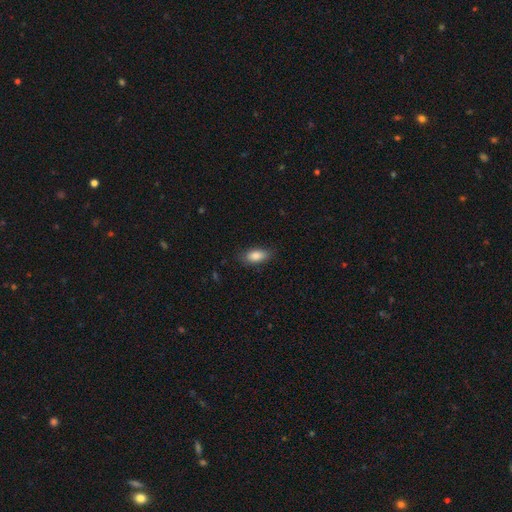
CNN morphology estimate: smooth-or-featured: smooth: 85% | featured or disk: 8% | star or artifact: 7%
  how-rounded: in between: 86% | cigar-shaped: 10% | round: 3%
  merging: none: 81% | minor disturbance: 14% | major disturbance: 3% | merger: 1%